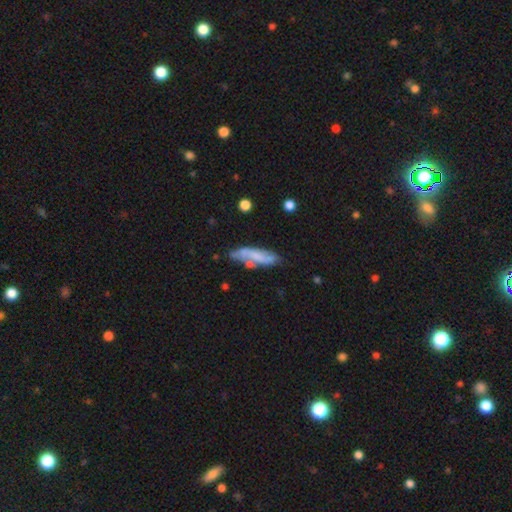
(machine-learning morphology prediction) The model was most divided on "smooth or featured": smooth: 48%, featured or disk: 45%, star or artifact: 8%. More confident: merging — none (53%).